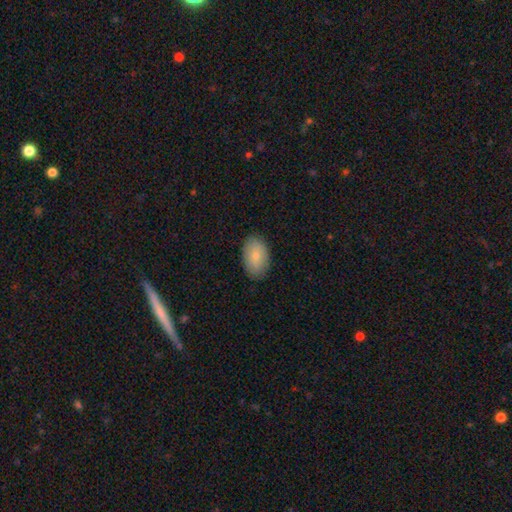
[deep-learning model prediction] A smooth galaxy with no disk features (82%) that is in between round and cigar-shaped (91%).

Vote fractions:
- Smooth or featured? smooth: 82% / featured or disk: 11% / star or artifact: 6%
- How rounded? in between: 91% / round: 8% / cigar-shaped: 1%
- Merging? none: 86% / minor disturbance: 11% / major disturbance: 2% / merger: 1%